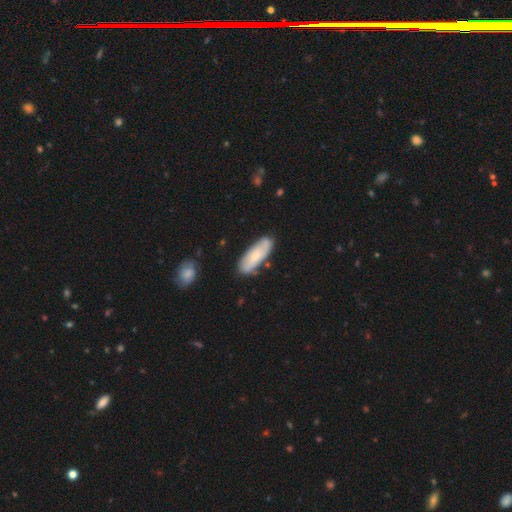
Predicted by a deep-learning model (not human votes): Overall: smooth (60%; featured or disk 34%). How rounded: in between (65%; cigar-shaped 33%). Merging: none (77%).